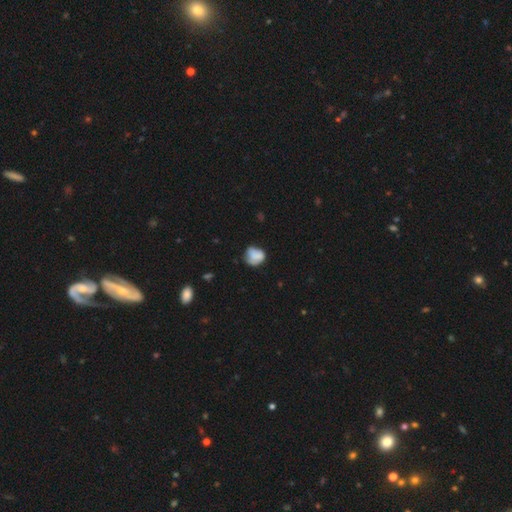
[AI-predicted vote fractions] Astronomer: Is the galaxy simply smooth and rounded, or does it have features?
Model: smooth — 72%.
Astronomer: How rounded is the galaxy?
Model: round — 67%.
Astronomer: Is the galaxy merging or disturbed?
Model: none — 48% (runner-up: minor disturbance, 34%).